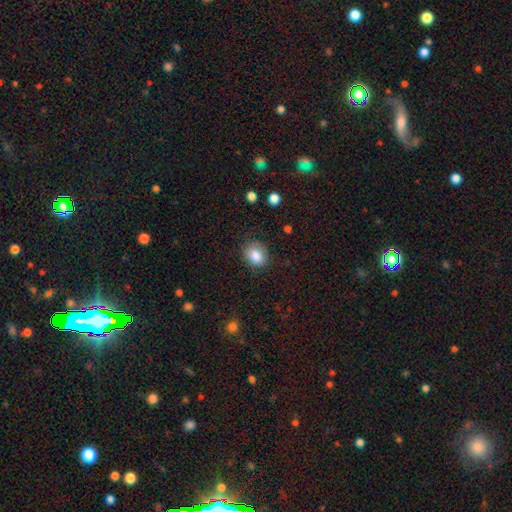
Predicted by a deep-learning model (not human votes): A smooth galaxy with no disk features (85%) that is round (52%).

Vote fractions:
- Smooth or featured? smooth: 85% / star or artifact: 9% / featured or disk: 6%
- How rounded? round: 52% / in between: 47% / cigar-shaped: 1%
- Merging? none: 78% / minor disturbance: 17% / major disturbance: 4% / merger: 1%